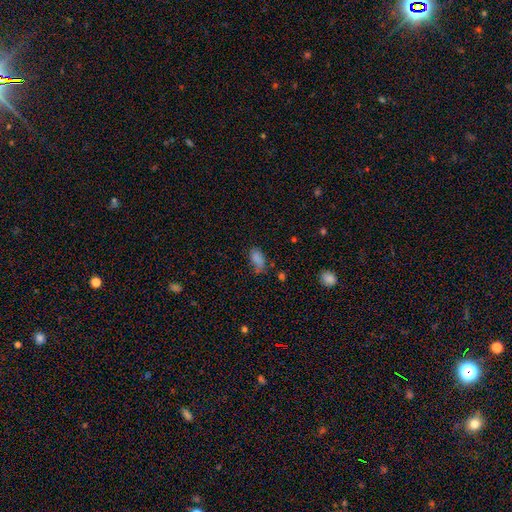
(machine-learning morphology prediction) smooth-or-featured: smooth: 73% | star or artifact: 17% | featured or disk: 10%
  how-rounded: in between: 87% | round: 7% | cigar-shaped: 6%
  merging: none: 56% | minor disturbance: 28% | major disturbance: 12% | merger: 5%